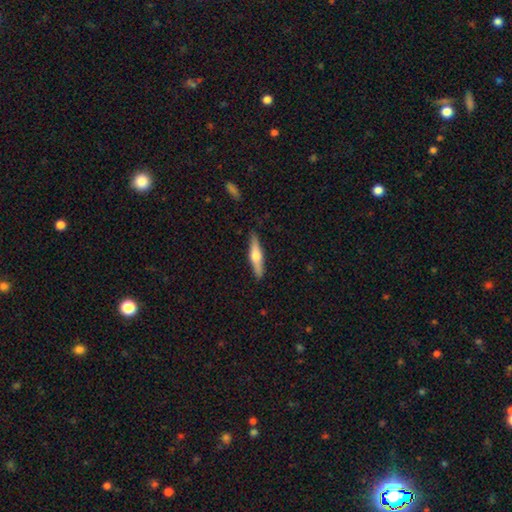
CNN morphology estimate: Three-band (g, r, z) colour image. It shows a featured or disk galaxy (49%). Merging: none (88%).